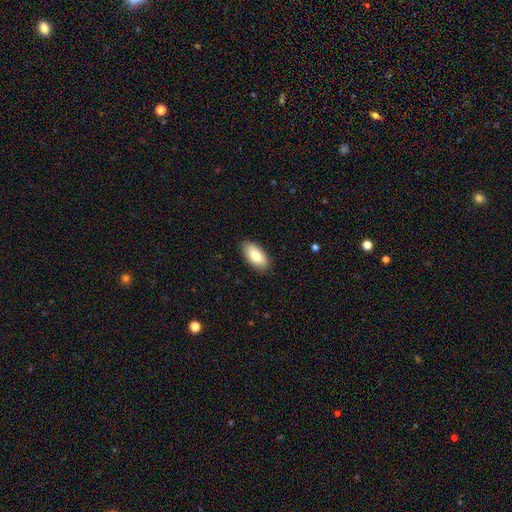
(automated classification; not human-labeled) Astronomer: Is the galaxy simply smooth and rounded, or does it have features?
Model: smooth — 82%.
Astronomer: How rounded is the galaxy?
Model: in between — 93%.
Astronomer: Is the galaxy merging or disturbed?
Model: none — 87%.